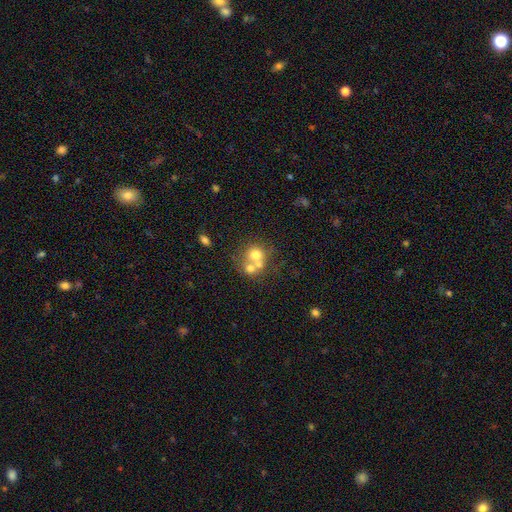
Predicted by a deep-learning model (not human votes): Overall: smooth (63%; featured or disk 25%). How rounded: round (80%). Merging: merger (56%; none 32%).